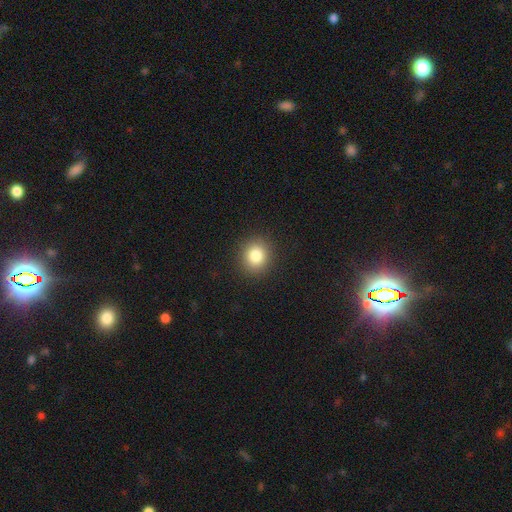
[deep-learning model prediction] Smooth or featured?
  - smooth: 83% *
  - star or artifact: 11%
  - featured or disk: 6%
How rounded?
  - round: 82% *
  - in between: 18%
  - cigar-shaped: 1%
Merging?
  - none: 91% *
  - minor disturbance: 6%
  - major disturbance: 2%
  - merger: 1%